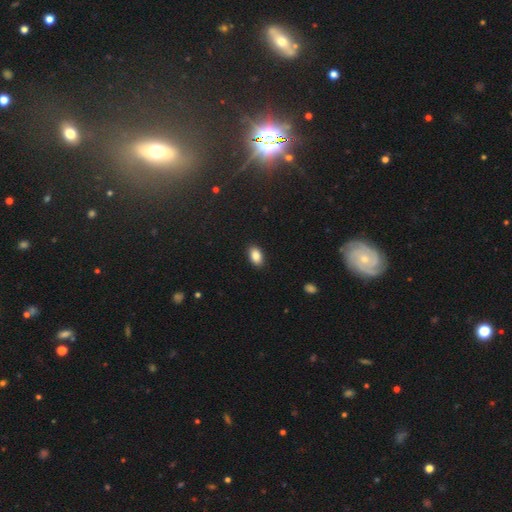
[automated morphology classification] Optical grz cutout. It shows a smooth galaxy with no disk features (87%) that is in between round and cigar-shaped (91%). Merging: none (89%).